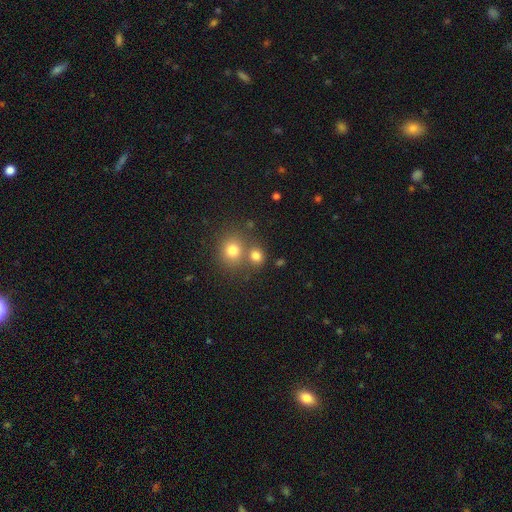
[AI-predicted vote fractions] A smooth galaxy with no disk features (79%) that is round (76%). Merging: none (58%).